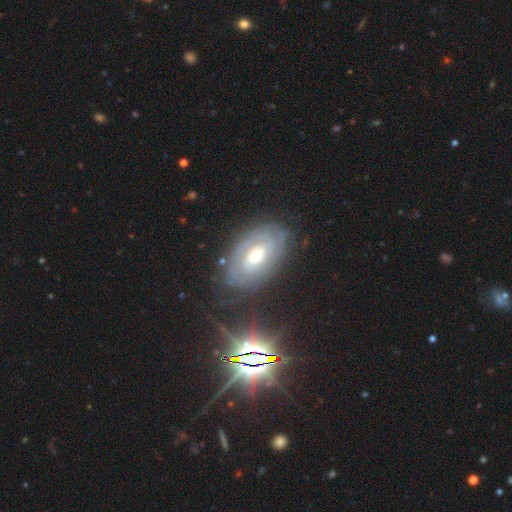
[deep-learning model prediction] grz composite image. It shows a featured or disk galaxy (72%) with no bar (53%), tight (79%) spiral arms (78%) and a moderate central bulge (59%). Merging: none (77%).